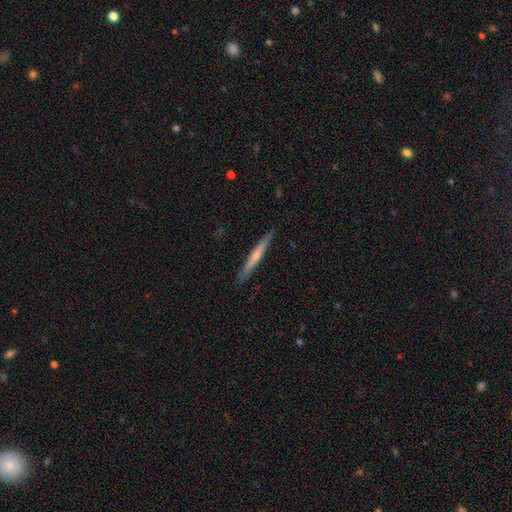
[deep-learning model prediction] This is possibly a smooth galaxy (50%). How rounded: clearly cigar-shaped (96%). Merging: clearly none (89%).